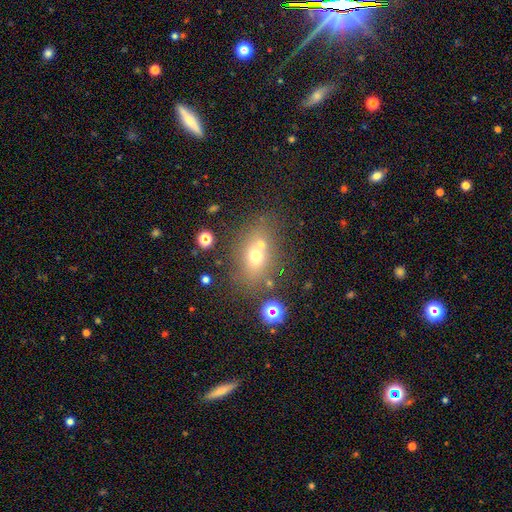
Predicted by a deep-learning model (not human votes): Smooth or featured: smooth — 62% (featured or disk — 20%)
How rounded: in between — 61% (round — 36%)
Merging: none — 58% (merger — 23%)